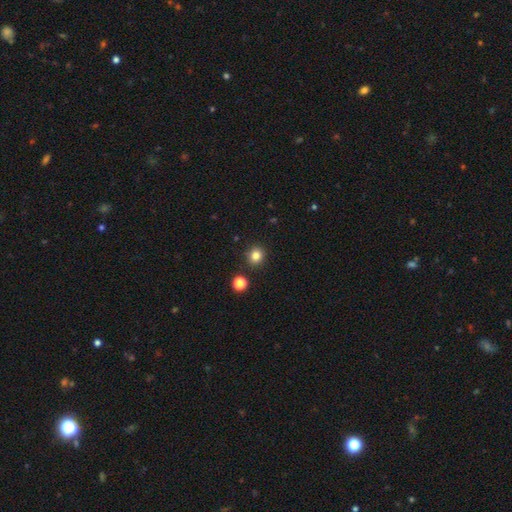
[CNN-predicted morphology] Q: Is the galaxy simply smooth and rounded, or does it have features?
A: smooth — 82%.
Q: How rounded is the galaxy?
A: round — 90%.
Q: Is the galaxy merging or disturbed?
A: none — 89%.